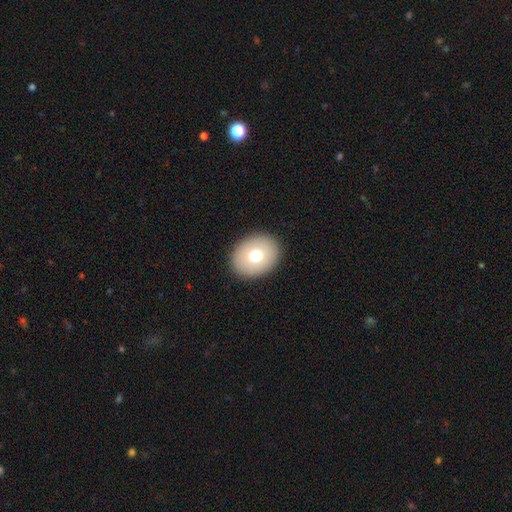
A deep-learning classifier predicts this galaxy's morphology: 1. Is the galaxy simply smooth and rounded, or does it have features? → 72% smooth, 19% featured or disk, 10% star or artifact.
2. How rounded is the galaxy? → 50% in between, 49% round, 1% cigar-shaped.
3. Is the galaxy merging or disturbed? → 90% none, 6% minor disturbance, 2% major disturbance, 1% merger.